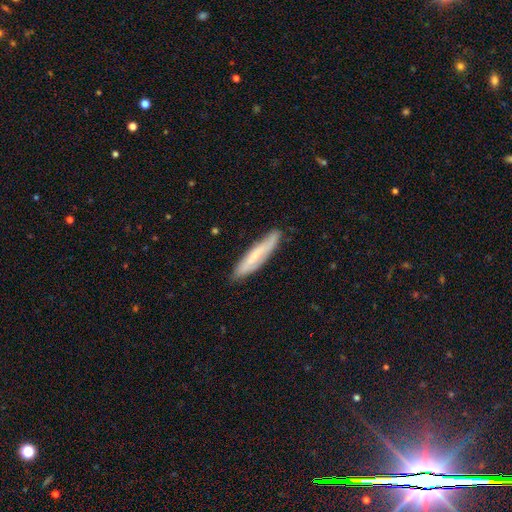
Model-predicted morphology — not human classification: A smooth galaxy with no disk features (52%) that is cigar-shaped (85%).

Vote fractions:
- Smooth or featured? smooth: 52% / featured or disk: 42% / star or artifact: 7%
- How rounded? cigar-shaped: 85% / in between: 13% / round: 1%
- Merging? none: 81% / minor disturbance: 15% / major disturbance: 3% / merger: 1%